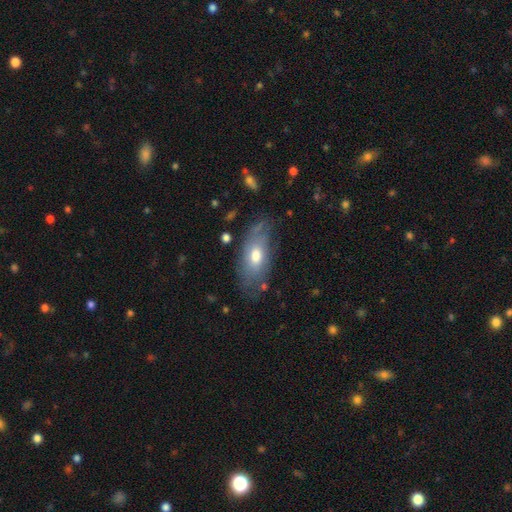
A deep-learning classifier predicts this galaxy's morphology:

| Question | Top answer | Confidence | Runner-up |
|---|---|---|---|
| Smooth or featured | smooth | 57% | featured or disk (36%) |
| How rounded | in between | 87% | cigar-shaped (9%) |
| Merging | none | 65% | minor disturbance (24%) |